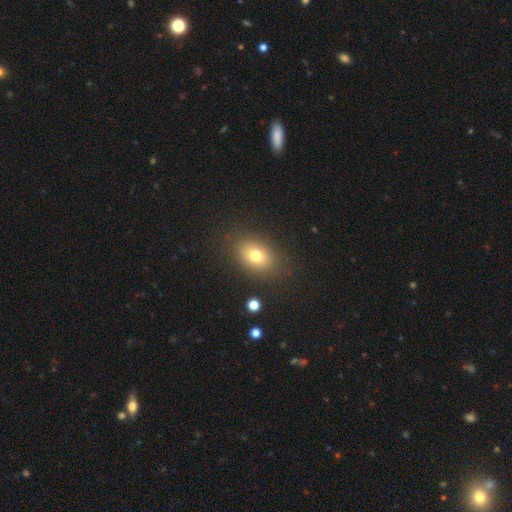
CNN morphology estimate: This is likely a smooth galaxy (75%). How rounded: likely in between (72%). Merging: clearly none (83%).